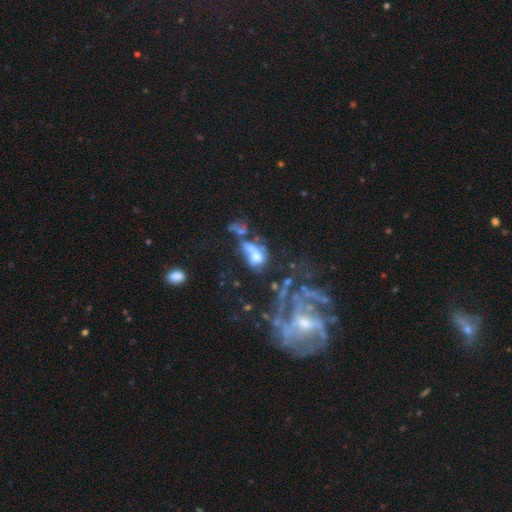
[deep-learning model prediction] Morphology: type=featured or disk (48%); merging=merger (40%).